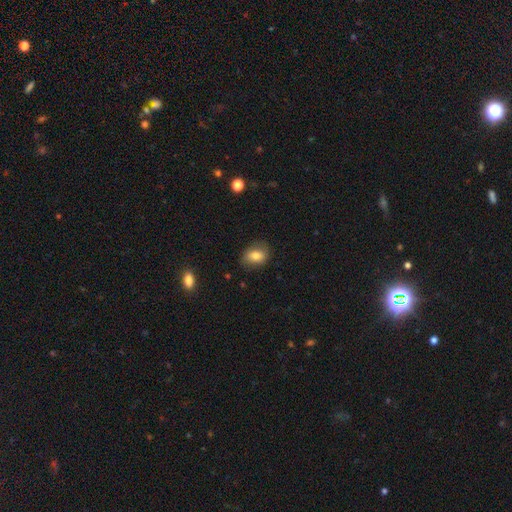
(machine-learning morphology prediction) This appears to be a smooth galaxy with no disk features (73%) that is in between round and cigar-shaped (70%). Merging: none (75%).